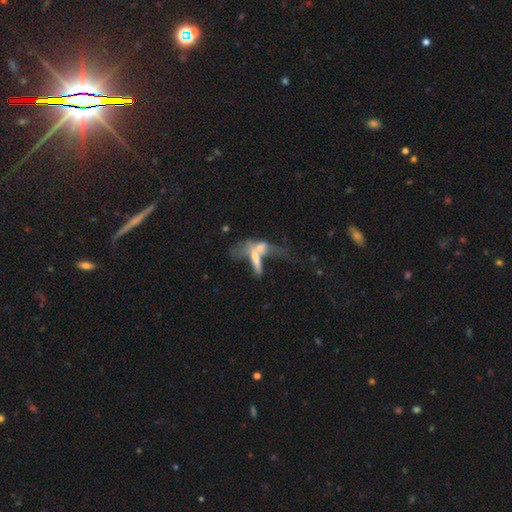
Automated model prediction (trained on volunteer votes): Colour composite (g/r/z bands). It shows a featured or disk galaxy (46%). Merging: merger (57%).